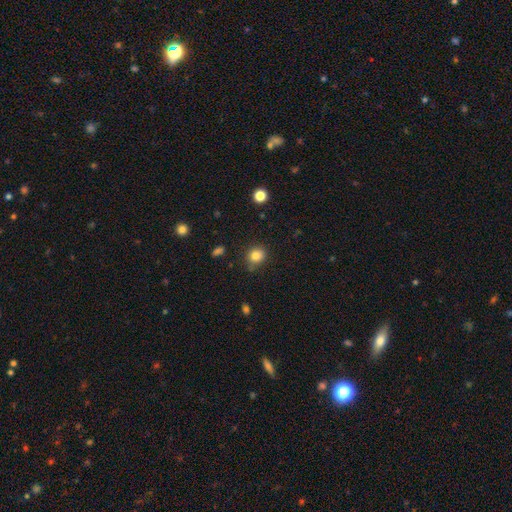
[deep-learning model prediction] This appears to be a smooth galaxy with no disk features (82%) that is round (75%). Merging: none (75%).